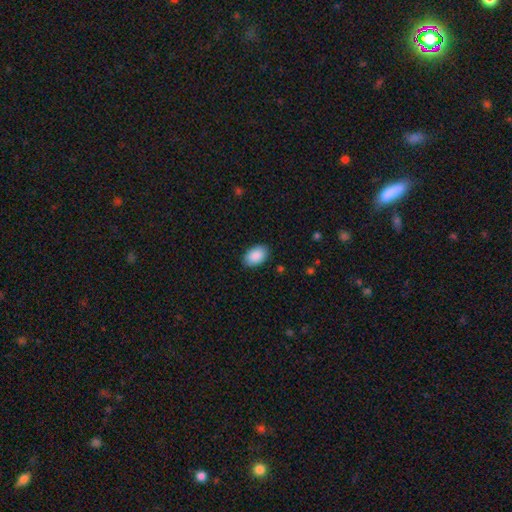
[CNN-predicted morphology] smooth-or-featured: smooth: 91% | star or artifact: 6% | featured or disk: 3%
  how-rounded: in between: 91% | round: 8% | cigar-shaped: 1%
  merging: none: 88% | minor disturbance: 9% | major disturbance: 2% | merger: 1%